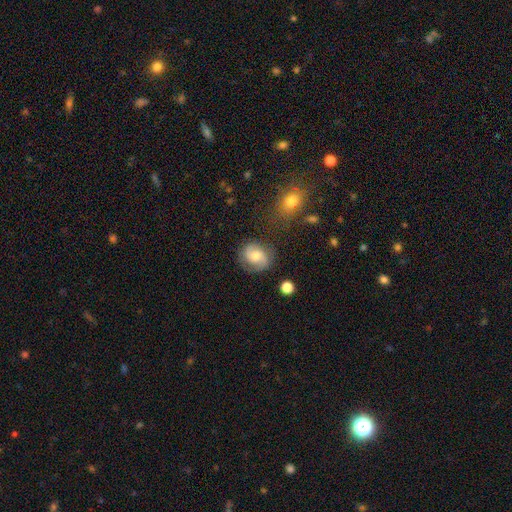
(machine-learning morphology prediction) A featured or disk galaxy (54%) with no bar (60%), spiral arms (89%) and a moderate central bulge (55%). Merging: none (74%).